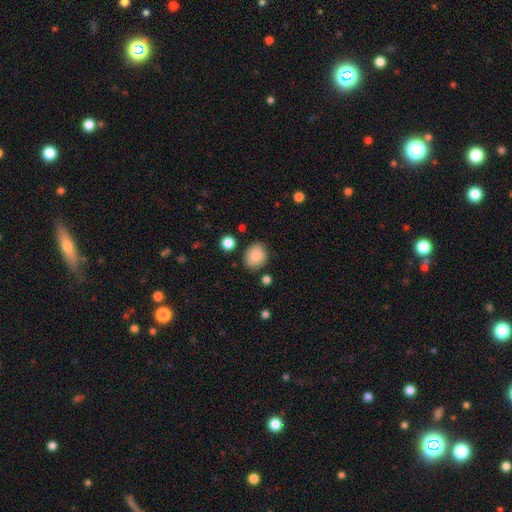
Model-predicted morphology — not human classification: This appears to be a smooth galaxy with no disk features (86%) that is round (58%). Merging: none (79%).